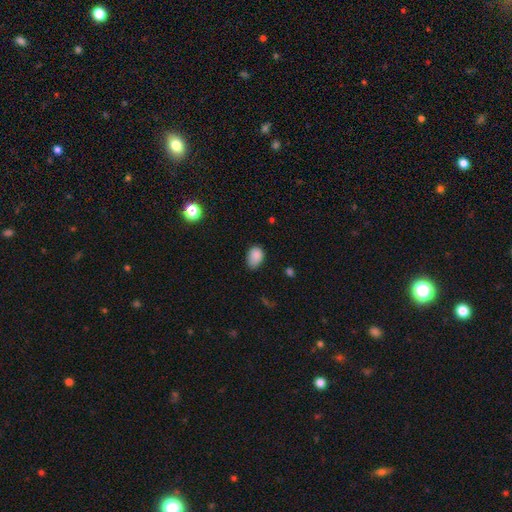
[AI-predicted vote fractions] A smooth galaxy with no disk features (85%) that is in between round and cigar-shaped (77%). Merging: none (59%).